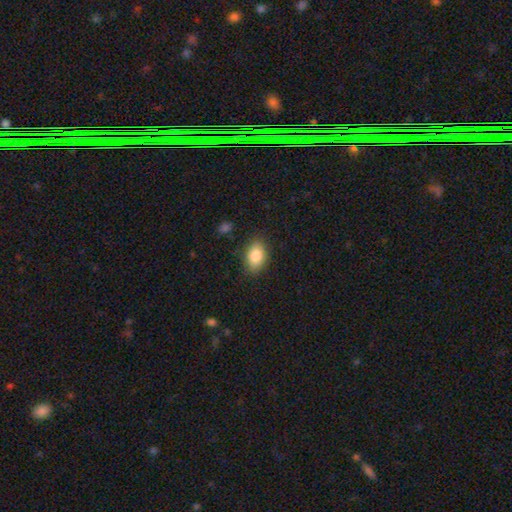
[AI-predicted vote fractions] Smooth or featured? Predicted: smooth (p=0.84). How rounded? Predicted: in between (p=0.88). Merging? Predicted: none (p=0.85).